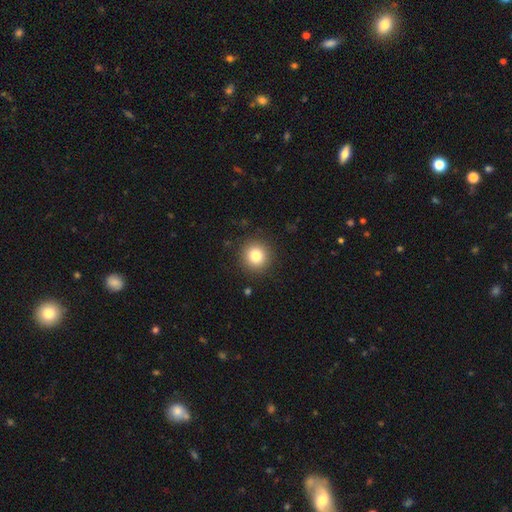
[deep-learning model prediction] A smooth galaxy with no disk features (81%) that is round (94%). Merging: none (90%).